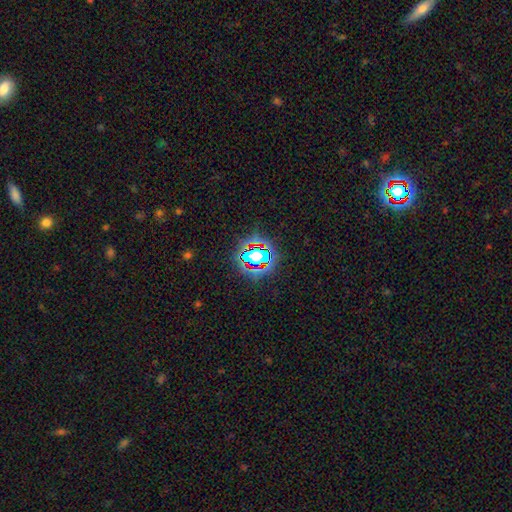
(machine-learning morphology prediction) Overall: star or artifact (64%).